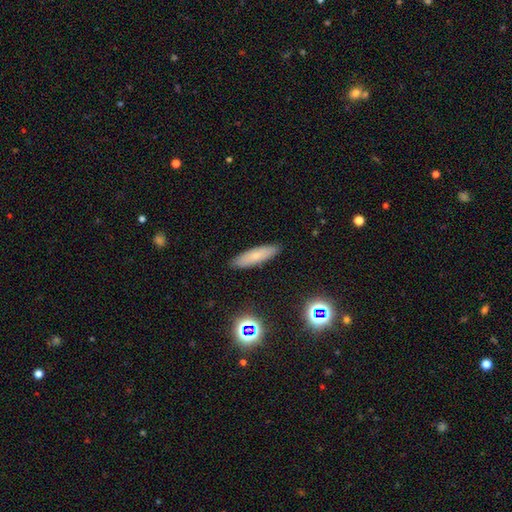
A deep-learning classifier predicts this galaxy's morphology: Smooth or featured: smooth — 70% (featured or disk — 21%)
How rounded: cigar-shaped — 65% (in between — 33%)
Merging: none — 89% (minor disturbance — 8%)